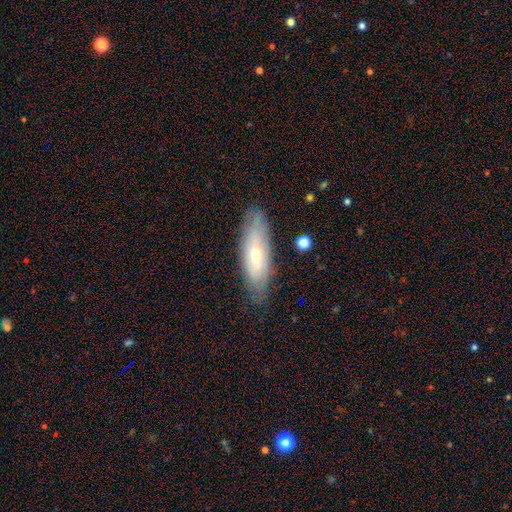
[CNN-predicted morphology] smooth_or_featured: featured or disk (p=0.47) [alt: smooth p=0.46]
merging: none (p=0.77) [alt: minor disturbance p=0.17]